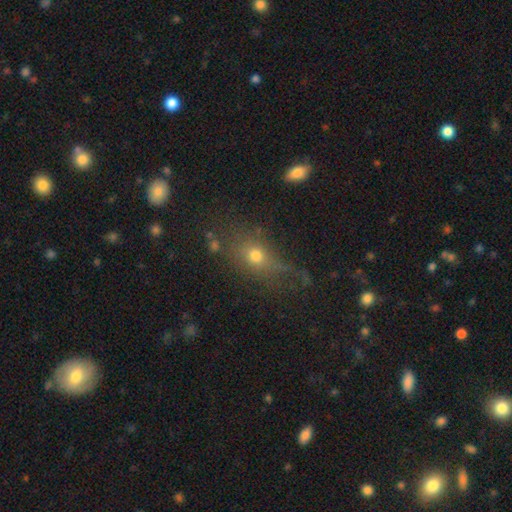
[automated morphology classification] This appears to be a smooth galaxy with no disk features (63%) that is in between round and cigar-shaped (52%). Merging: none (58%).